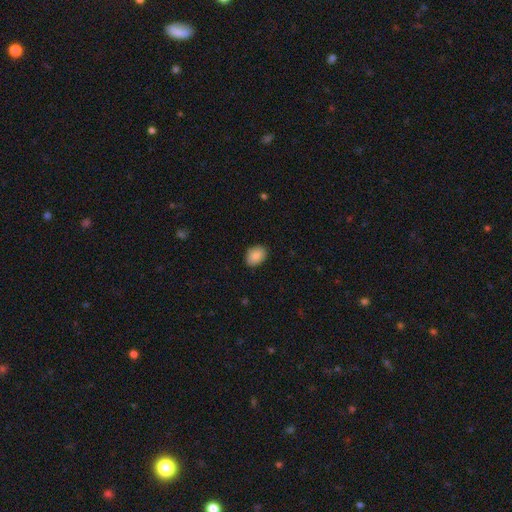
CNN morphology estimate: A smooth galaxy with no disk features (88%) that is in between round and cigar-shaped (77%). Merging: none (87%).